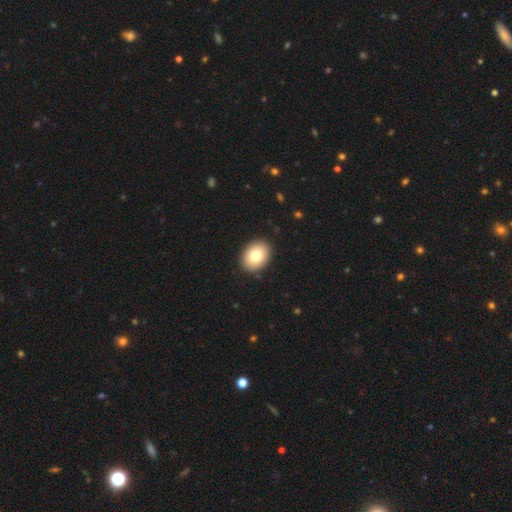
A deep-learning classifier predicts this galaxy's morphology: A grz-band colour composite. It shows a smooth galaxy with no disk features (82%) that is in between round and cigar-shaped (70%). Merging: none (90%).